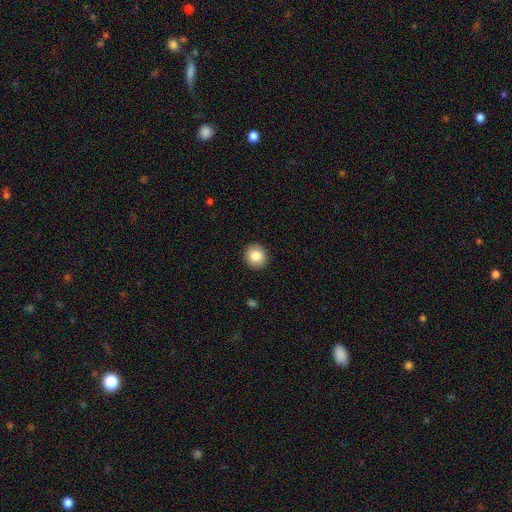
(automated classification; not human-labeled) Overall: smooth (85%). How rounded: round (88%). Merging: none (92%).